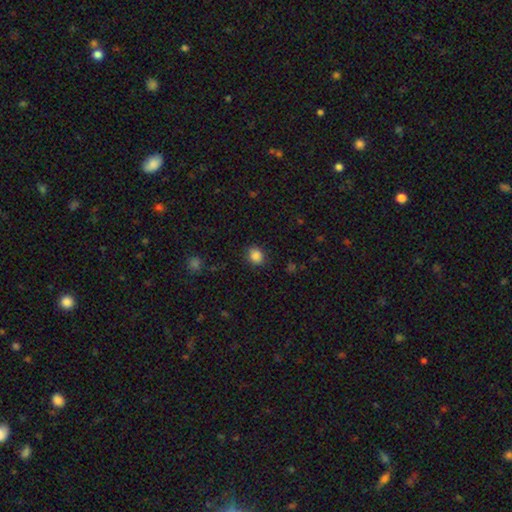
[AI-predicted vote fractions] Smooth or featured: smooth — 86% (star or artifact — 10%)
How rounded: round — 61% (in between — 38%)
Merging: none — 85% (minor disturbance — 11%)